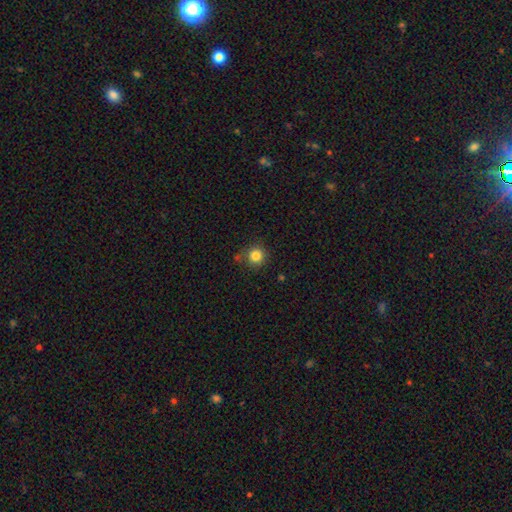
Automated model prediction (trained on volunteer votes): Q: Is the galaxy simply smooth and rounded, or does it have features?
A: smooth — 83%.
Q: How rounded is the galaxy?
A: round — 93%.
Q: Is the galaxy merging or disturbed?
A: none — 78%.